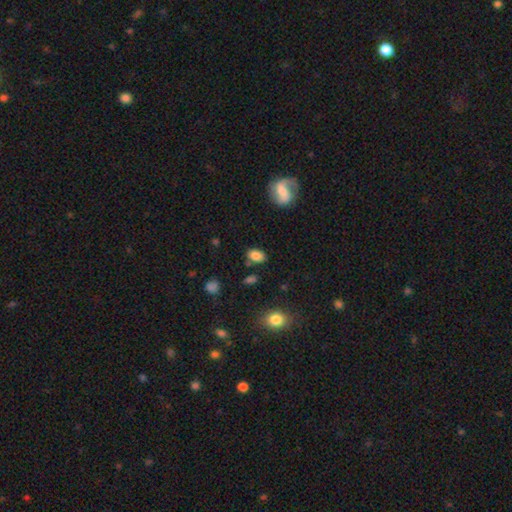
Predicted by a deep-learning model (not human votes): Morphology: type=smooth (83%); roundness=in between (87%); merging=none (78%).